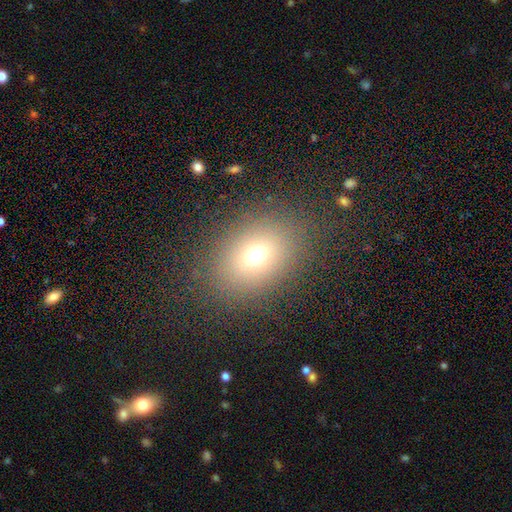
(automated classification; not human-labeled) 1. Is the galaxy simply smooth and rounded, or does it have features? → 68% smooth, 20% star or artifact, 12% featured or disk.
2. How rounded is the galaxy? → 57% in between, 41% round, 1% cigar-shaped.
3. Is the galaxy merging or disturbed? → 82% none, 10% minor disturbance, 7% major disturbance, 2% merger.